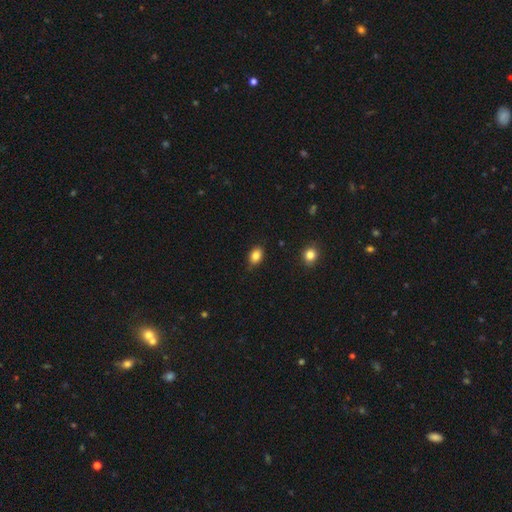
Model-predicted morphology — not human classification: type=smooth (84%); roundness=in between (78%); merging=none (79%).